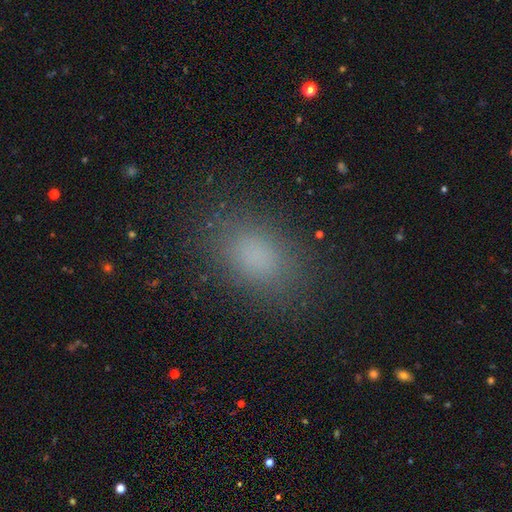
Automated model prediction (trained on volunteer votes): Smooth or featured?
  - smooth: 81% *
  - star or artifact: 13%
  - featured or disk: 6%
How rounded?
  - in between: 81% *
  - round: 17%
  - cigar-shaped: 2%
Merging?
  - none: 84% *
  - minor disturbance: 11%
  - major disturbance: 4%
  - merger: 1%